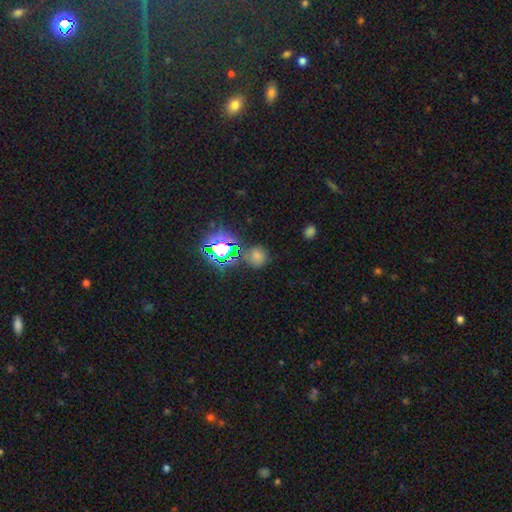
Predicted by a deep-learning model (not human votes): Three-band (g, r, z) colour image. It shows a star or artifact, not a galaxy (51%).